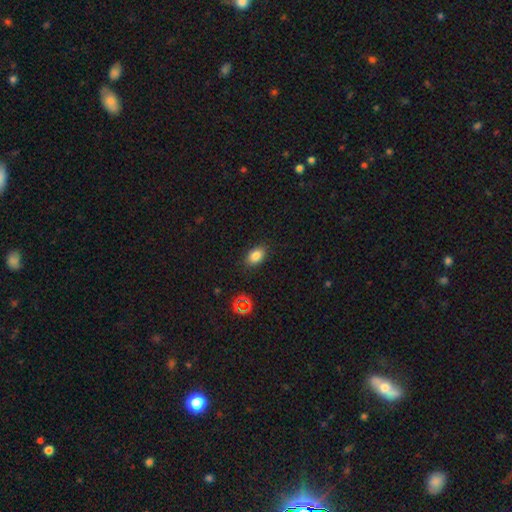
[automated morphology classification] type=smooth (82%); roundness=in between (83%); merging=none (86%).